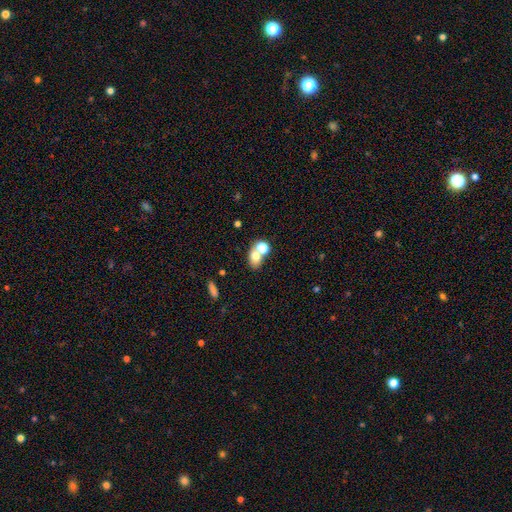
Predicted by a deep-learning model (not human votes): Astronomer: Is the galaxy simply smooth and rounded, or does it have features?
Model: smooth — 71%.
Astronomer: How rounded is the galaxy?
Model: in between — 61% (runner-up: round, 37%).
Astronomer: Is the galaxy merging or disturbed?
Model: merger — 47% (runner-up: none, 41%).